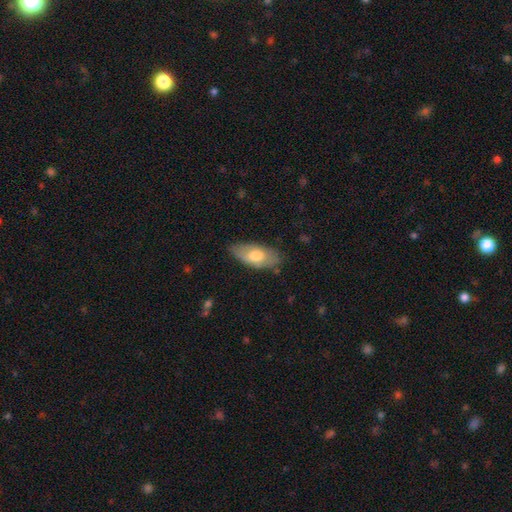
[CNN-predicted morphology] smooth-or-featured: smooth: 65% | featured or disk: 29% | star or artifact: 6%
  how-rounded: in between: 90% | cigar-shaped: 7% | round: 3%
  merging: none: 75% | minor disturbance: 19% | major disturbance: 4% | merger: 1%